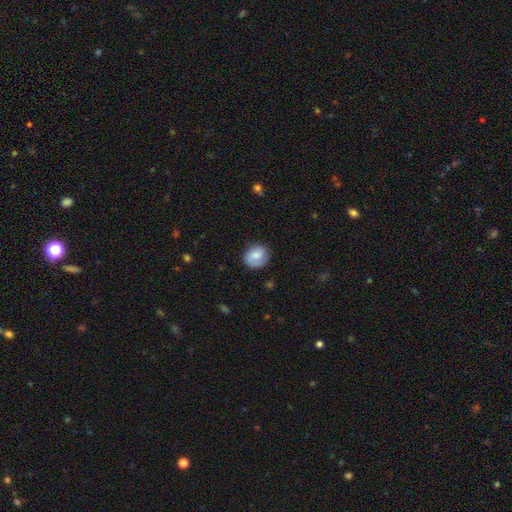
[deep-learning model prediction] Smooth or featured? smooth (68%)
How rounded? round (77%)
Merging? none (78%)